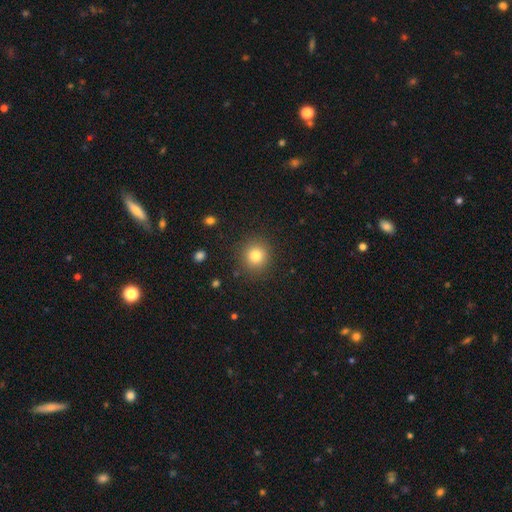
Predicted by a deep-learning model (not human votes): Smooth or featured? Predicted: smooth (p=0.81). How rounded? Predicted: round (p=0.92). Merging? Predicted: none (p=0.89).